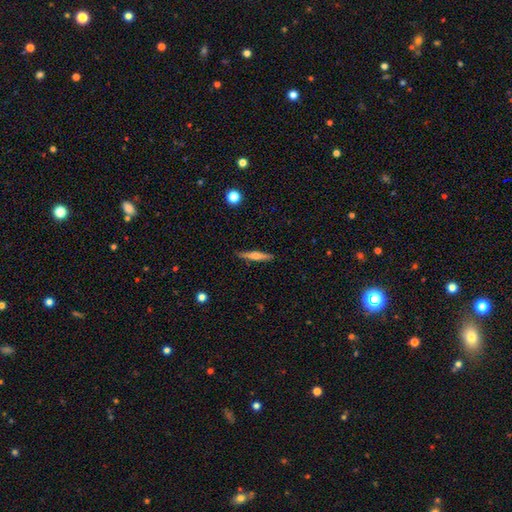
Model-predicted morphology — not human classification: Smooth or featured: featured or disk — 55% (smooth — 39%)
Edge-on disk: yes — 96% (no — 4%)
Edge-on bulge: rounded — 86% (none — 9%)
Merging: none — 89% (minor disturbance — 8%)